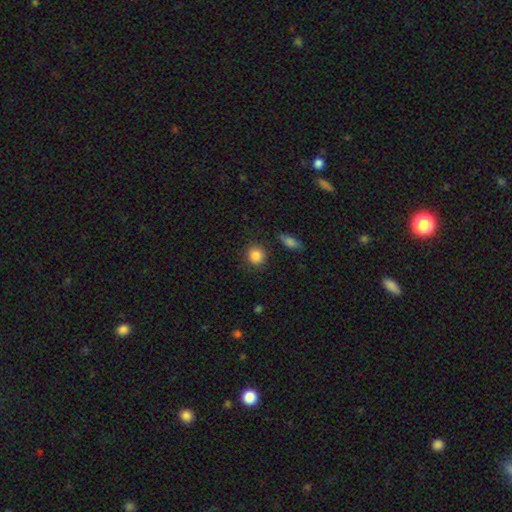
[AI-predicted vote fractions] smooth_or_featured: smooth (p=0.86) [alt: star or artifact p=0.09]
how_rounded: round (p=0.87) [alt: in between p=0.12]
merging: none (p=0.85) [alt: minor disturbance p=0.09]